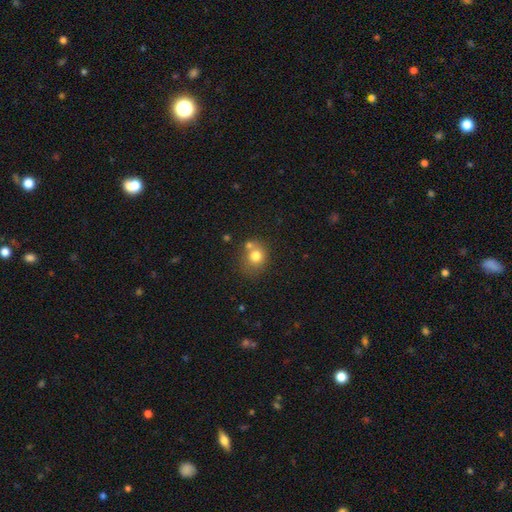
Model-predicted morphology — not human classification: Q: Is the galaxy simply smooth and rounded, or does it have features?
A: smooth — 76%.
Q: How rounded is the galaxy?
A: round — 75%.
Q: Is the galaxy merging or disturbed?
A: none — 54%.